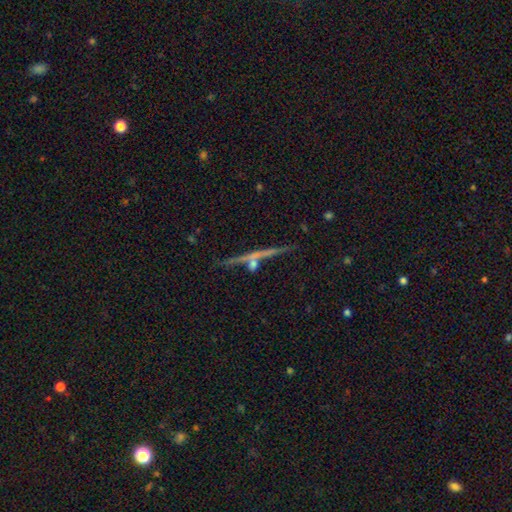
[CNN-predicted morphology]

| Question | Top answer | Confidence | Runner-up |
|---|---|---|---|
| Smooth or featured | featured or disk | 68% | smooth (21%) |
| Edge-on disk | yes | 97% | no (3%) |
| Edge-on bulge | none | 50% | rounded (43%) |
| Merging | none | 80% | minor disturbance (9%) |